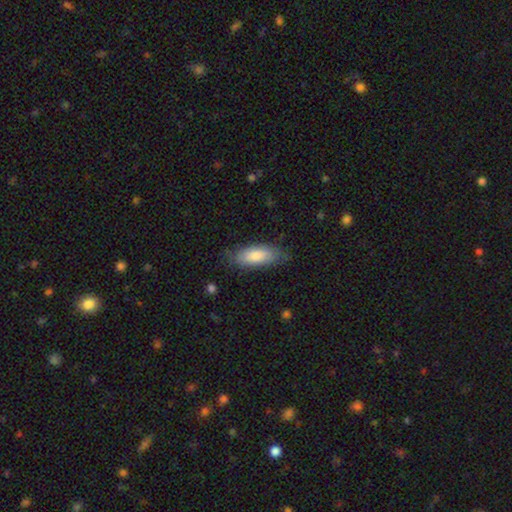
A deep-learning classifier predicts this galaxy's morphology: Overall: smooth (80%). How rounded: in between (74%). Merging: none (76%).